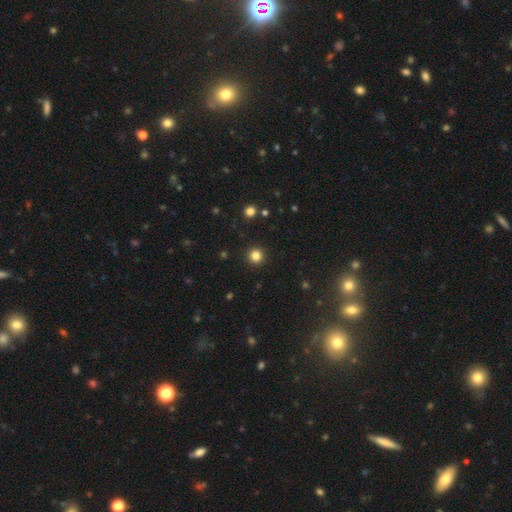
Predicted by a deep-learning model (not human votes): smooth 83%, star or artifact 13%, featured or disk 4%. Down the decision tree: how rounded — round (95%); merging — none (93%).